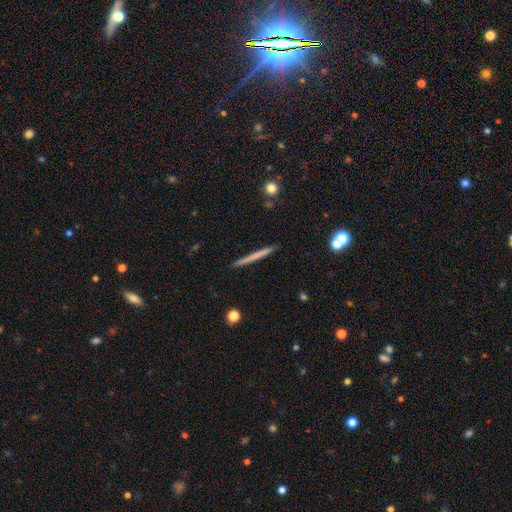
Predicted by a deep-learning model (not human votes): Smooth or featured?
  - smooth: 55% *
  - featured or disk: 39%
  - star or artifact: 6%
How rounded?
  - cigar-shaped: 97% *
  - in between: 2%
  - round: 2%
Merging?
  - none: 91% *
  - minor disturbance: 6%
  - merger: 1%
  - major disturbance: 1%